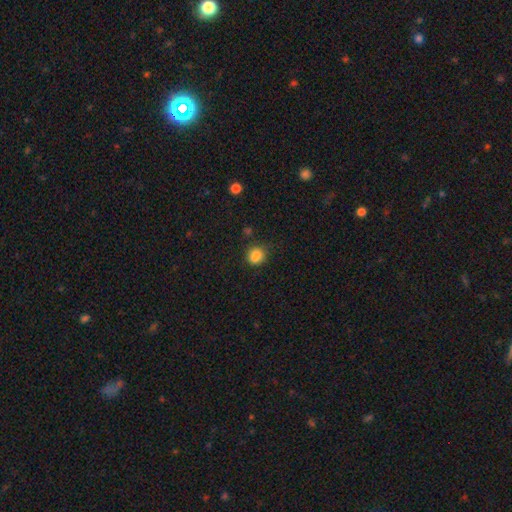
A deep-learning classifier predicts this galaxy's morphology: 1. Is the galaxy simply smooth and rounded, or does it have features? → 85% smooth, 11% star or artifact, 4% featured or disk.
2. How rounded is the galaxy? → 72% round, 27% in between, 1% cigar-shaped.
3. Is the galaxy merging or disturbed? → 70% none, 20% minor disturbance, 6% major disturbance, 4% merger.